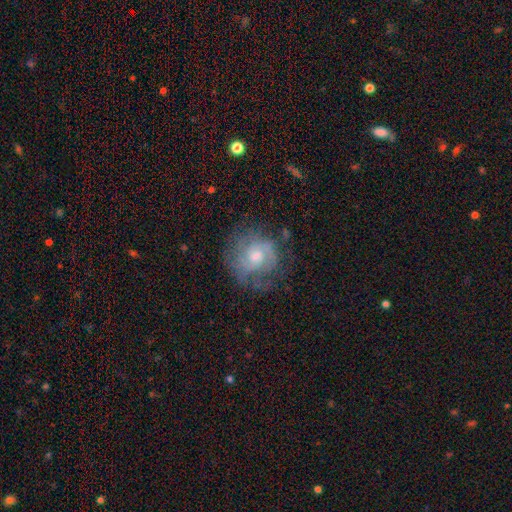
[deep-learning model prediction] featured or disk 68%, smooth 24%, star or artifact 8%. Down the decision tree: edge-on disk — no (97%); bar — no (69%); spiral arms — yes (83%); spiral arm count — 2 (41%); spiral winding — tight (54%); bulge size — moderate (56%); merging — none (66%).